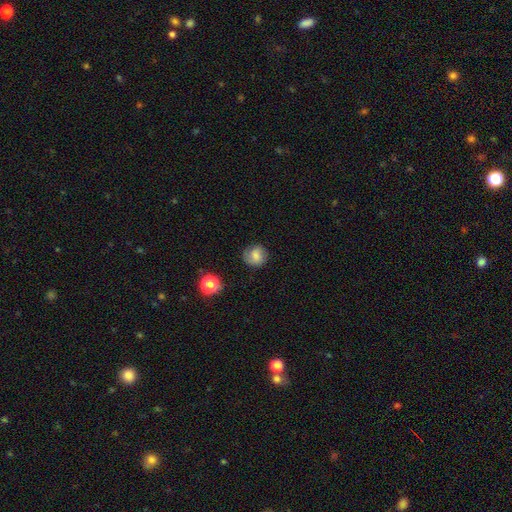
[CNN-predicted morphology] Smooth or featured? smooth (65%)
How rounded? round (86%)
Merging? none (77%)